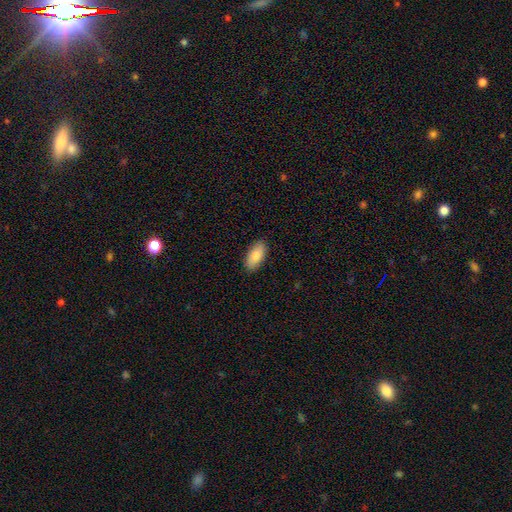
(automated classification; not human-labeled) smooth 88%, featured or disk 6%, star or artifact 6%. Down the decision tree: how rounded — in between (90%); merging — none (89%).